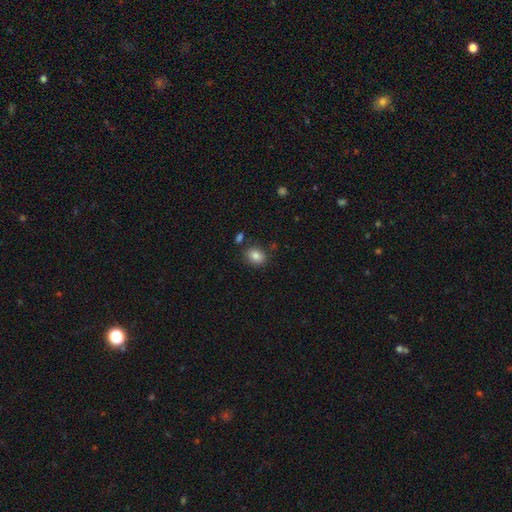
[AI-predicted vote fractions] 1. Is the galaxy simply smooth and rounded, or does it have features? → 84% smooth, 9% star or artifact, 7% featured or disk.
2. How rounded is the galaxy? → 65% in between, 34% round, 1% cigar-shaped.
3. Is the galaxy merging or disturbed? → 82% none, 11% minor disturbance, 4% merger, 3% major disturbance.